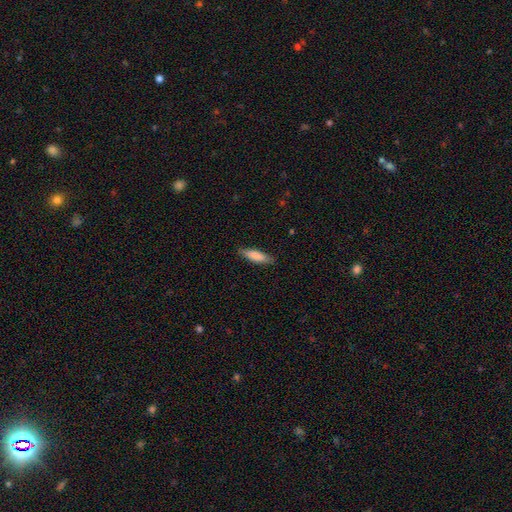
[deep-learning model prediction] The model was most divided on "how rounded": cigar-shaped: 66%, in between: 33%, round: 1%. More confident: merging — none (86%); smooth or featured — smooth (82%).